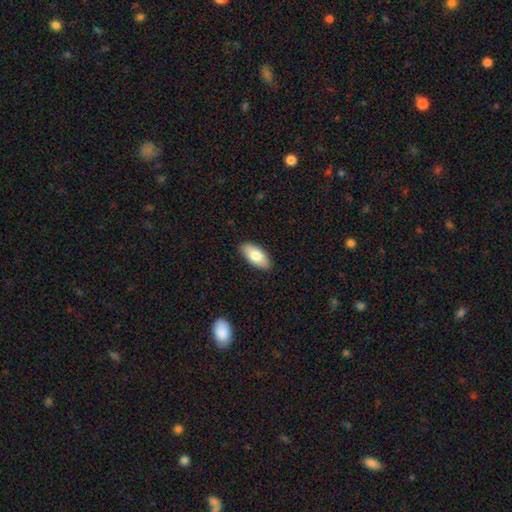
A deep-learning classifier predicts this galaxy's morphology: Q: Smooth or featured?
A: smooth (79%); runner-up: featured or disk (15%)
Q: How rounded?
A: in between (90%); runner-up: cigar-shaped (7%)
Q: Merging?
A: none (89%); runner-up: minor disturbance (8%)